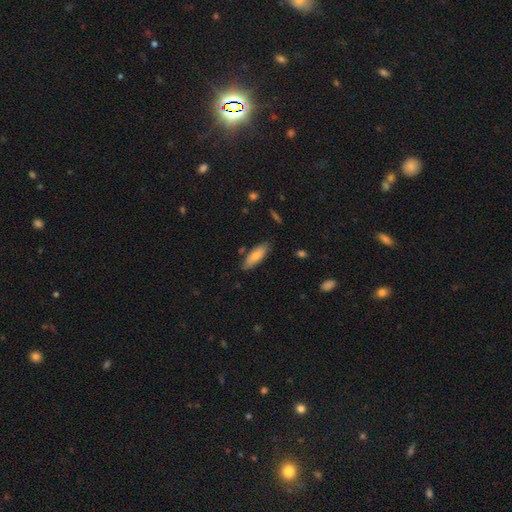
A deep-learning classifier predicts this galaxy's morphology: This is likely a smooth galaxy (73%). How rounded: likely in between (65%). Merging: likely none (78%).